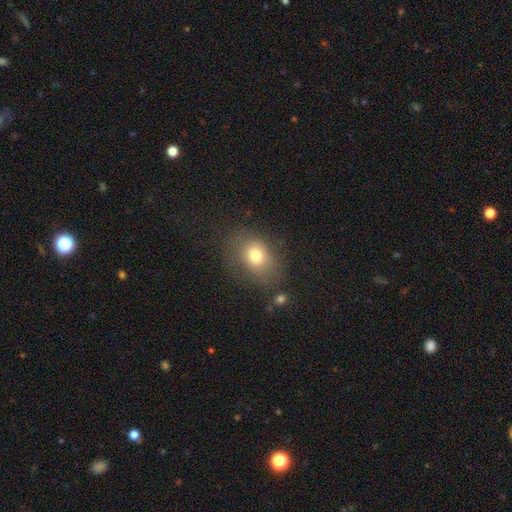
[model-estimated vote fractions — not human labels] A smooth galaxy with no disk features (74%) that is in between round and cigar-shaped (55%). Merging: none (70%).